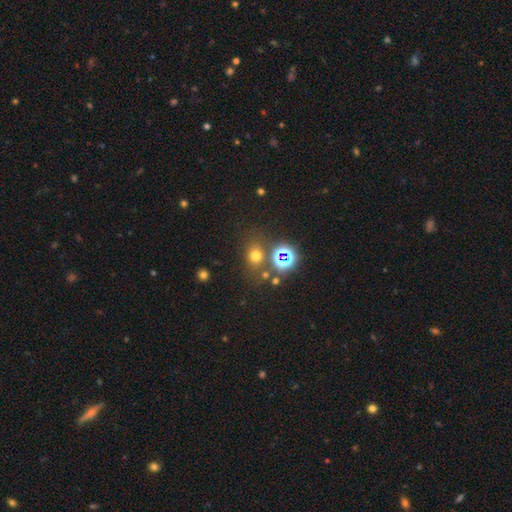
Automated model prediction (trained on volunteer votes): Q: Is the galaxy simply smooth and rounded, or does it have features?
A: smooth — 63%.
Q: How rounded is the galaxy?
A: round — 69%.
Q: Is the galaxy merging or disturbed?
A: none — 73%.